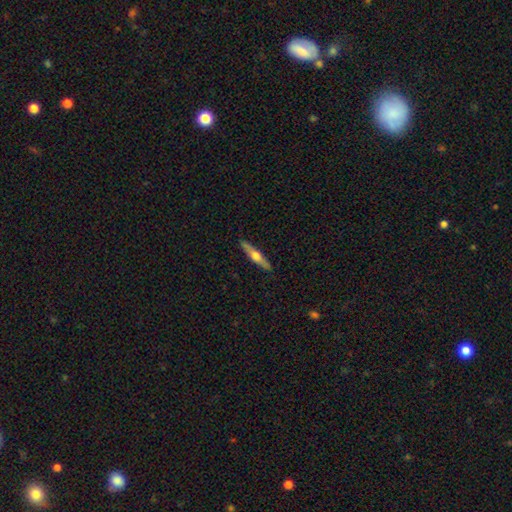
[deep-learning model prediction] This is possibly a featured or disk galaxy (59%). It is clearly viewed edge-on (96%). Edge-on bulge: clearly rounded (93%). Merging: clearly none (91%).